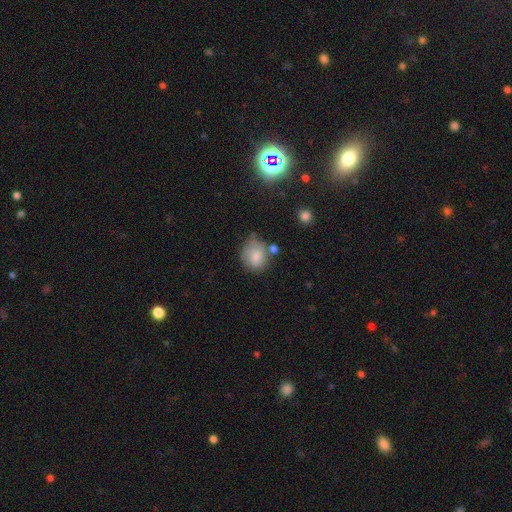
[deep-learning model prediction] A smooth galaxy with no disk features (78%) that is round (62%). Merging: none (51%).